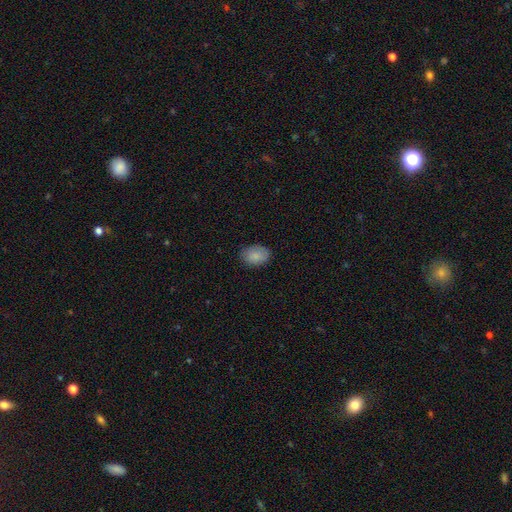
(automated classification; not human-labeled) smooth 86%, star or artifact 7%, featured or disk 7%. Down the decision tree: how rounded — in between (80%); merging — none (84%).